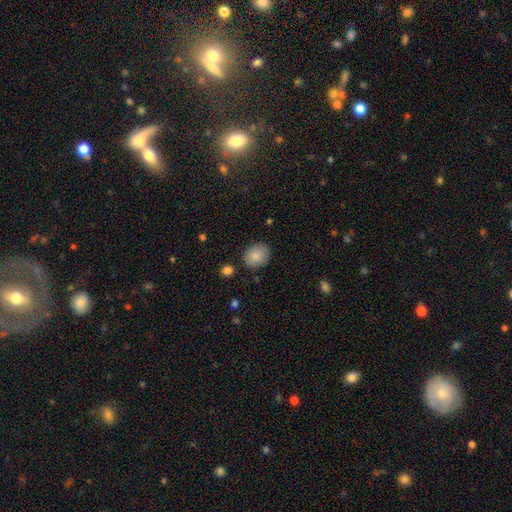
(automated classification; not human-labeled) A smooth galaxy with no disk features (86%) that is in between round and cigar-shaped (53%). Merging: none (83%).